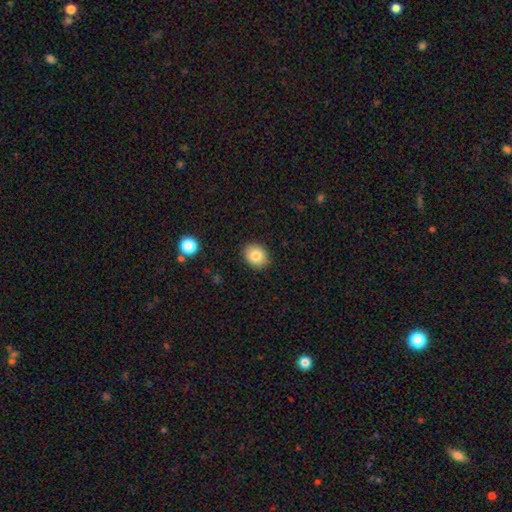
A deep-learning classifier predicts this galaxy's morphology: Smooth or featured? Predicted: smooth (p=0.84). How rounded? Predicted: round (p=0.50). Merging? Predicted: none (p=0.89).